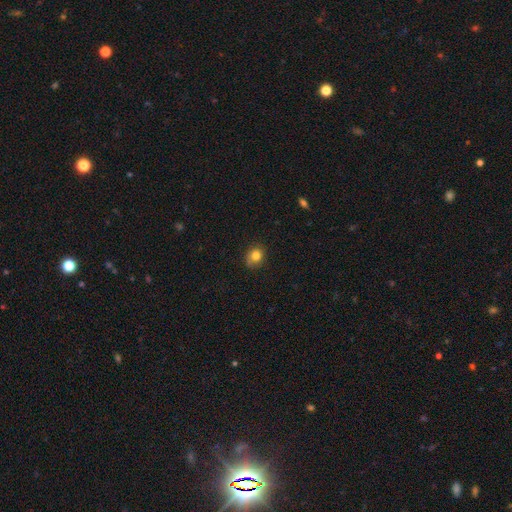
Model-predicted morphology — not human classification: Smooth or featured? smooth (81%)
How rounded? round (63%)
Merging? none (75%)